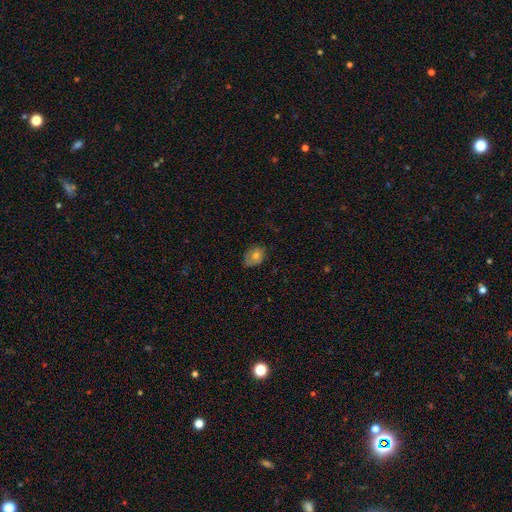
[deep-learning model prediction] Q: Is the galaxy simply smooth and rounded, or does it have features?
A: smooth — 70%.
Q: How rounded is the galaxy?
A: in between — 56%.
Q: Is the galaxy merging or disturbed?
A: none — 58%.